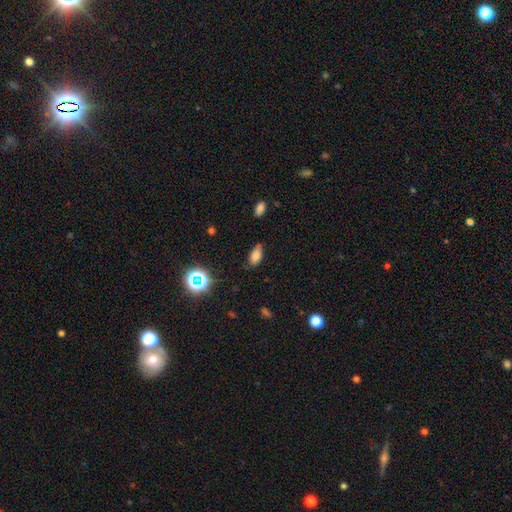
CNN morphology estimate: A smooth galaxy with no disk features (75%) that is in between round and cigar-shaped (87%).

Vote fractions:
- Smooth or featured? smooth: 75% / star or artifact: 14% / featured or disk: 11%
- How rounded? in between: 87% / cigar-shaped: 8% / round: 5%
- Merging? none: 72% / minor disturbance: 21% / major disturbance: 4% / merger: 2%